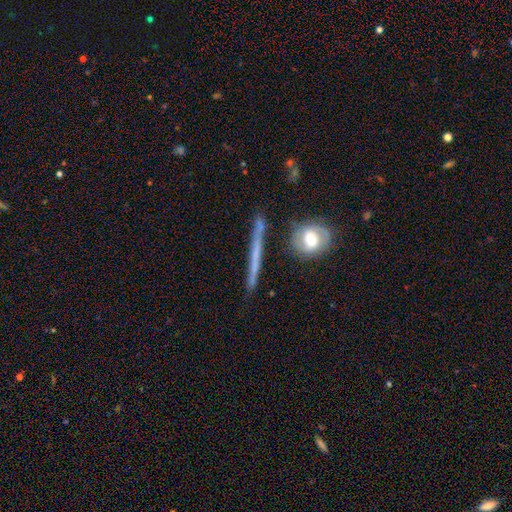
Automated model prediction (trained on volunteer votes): Morphology: type=featured or disk (56%); edge-on=yes (91%); edge-on bulge=none (85%); merging=none (80%).